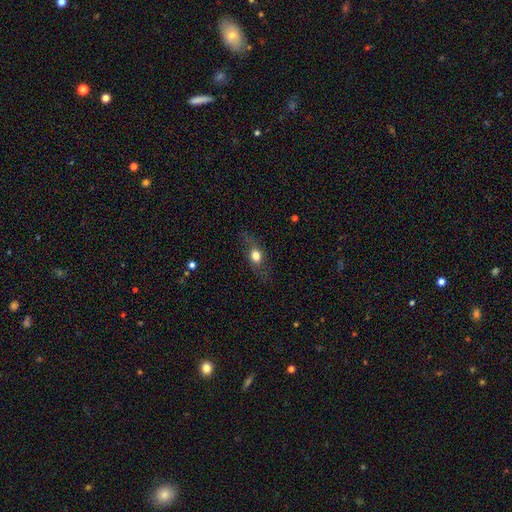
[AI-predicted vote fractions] smooth 62%, featured or disk 26%, star or artifact 11%. Down the decision tree: how rounded — in between (56%); merging — none (72%).